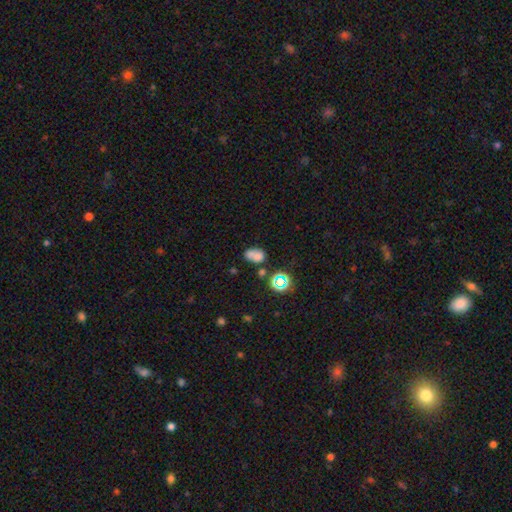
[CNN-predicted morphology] A smooth galaxy with no disk features (68%) that is in between round and cigar-shaped (72%).

Vote fractions:
- Smooth or featured? smooth: 68% / star or artifact: 18% / featured or disk: 14%
- How rounded? in between: 72% / round: 27% / cigar-shaped: 2%
- Merging? none: 41% / merger: 33% / minor disturbance: 18% / major disturbance: 9%